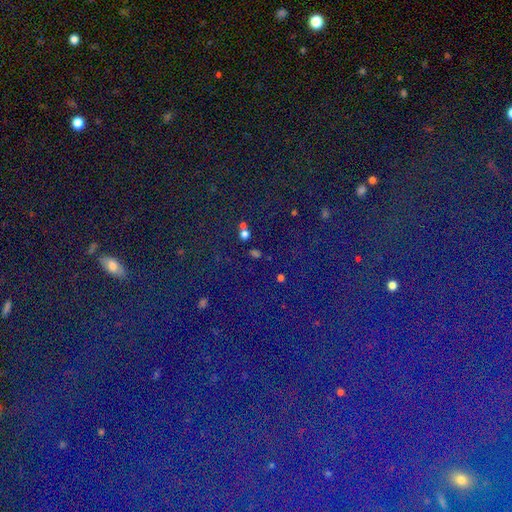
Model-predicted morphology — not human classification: star or artifact 84%, smooth 9%, featured or disk 7%.